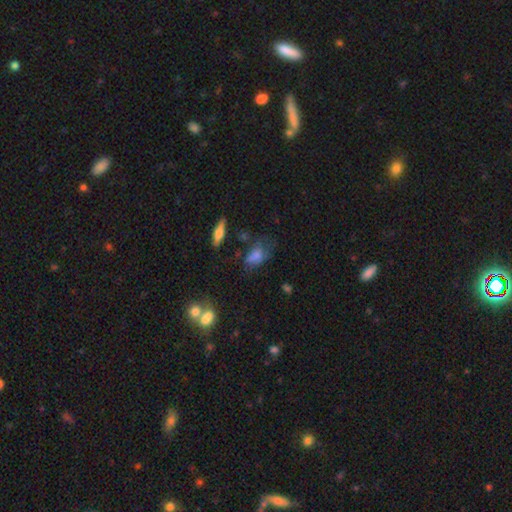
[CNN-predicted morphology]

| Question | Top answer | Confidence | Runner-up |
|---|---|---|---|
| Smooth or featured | smooth | 65% | featured or disk (22%) |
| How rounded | in between | 79% | round (16%) |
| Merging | none | 41% | minor disturbance (29%) |